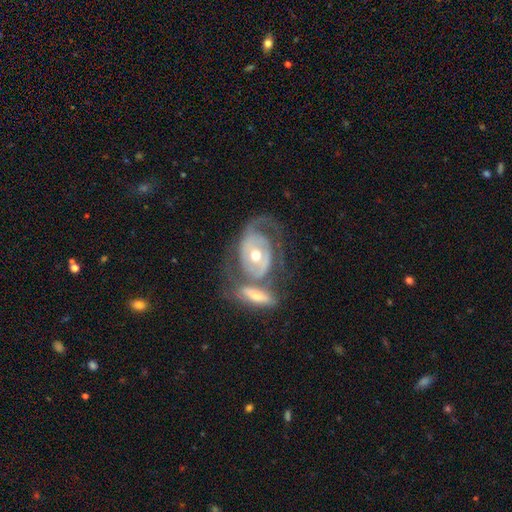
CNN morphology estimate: Q: Smooth or featured?
A: featured or disk (78%); runner-up: smooth (17%)
Q: Edge-on disk?
A: no (94%); runner-up: yes (6%)
Q: Bar?
A: no (64%); runner-up: weak (25%)
Q: Spiral arms?
A: yes (80%); runner-up: no (20%)
Q: Spiral winding?
A: tight (43%); runner-up: medium (36%)
Q: Spiral arm count?
A: 2 (53%); runner-up: can't tell (21%)
Q: Bulge size?
A: moderate (71%); runner-up: small (22%)
Q: Merging?
A: merger (39%); runner-up: none (30%)